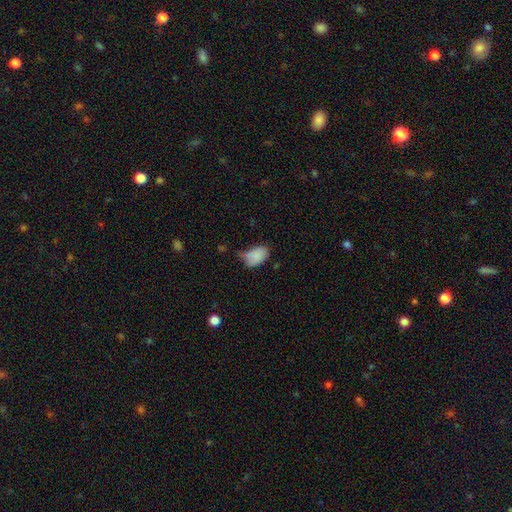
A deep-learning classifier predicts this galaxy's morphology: Smooth or featured? Predicted: smooth (p=0.83). How rounded? Predicted: in between (p=0.88). Merging? Predicted: none (p=0.42).